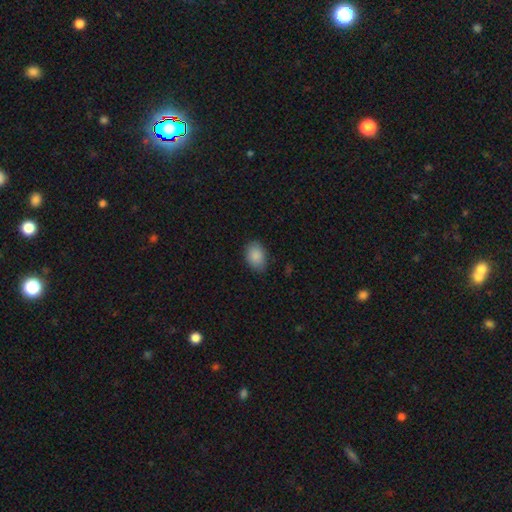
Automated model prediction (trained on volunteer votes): This is clearly a smooth galaxy (88%). How rounded: clearly in between (81%). Merging: clearly none (82%).